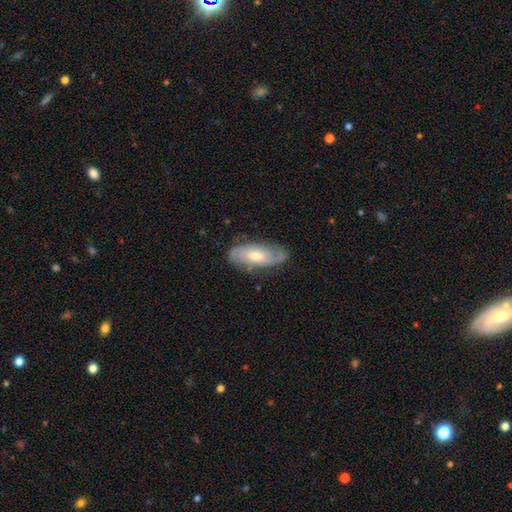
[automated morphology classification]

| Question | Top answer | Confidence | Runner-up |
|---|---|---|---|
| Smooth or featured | featured or disk | 62% | smooth (32%) |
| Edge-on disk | no | 87% | yes (13%) |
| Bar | no | 64% | weak (30%) |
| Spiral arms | yes | 84% | no (16%) |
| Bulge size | moderate | 62% | small (27%) |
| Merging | none | 76% | minor disturbance (19%) |